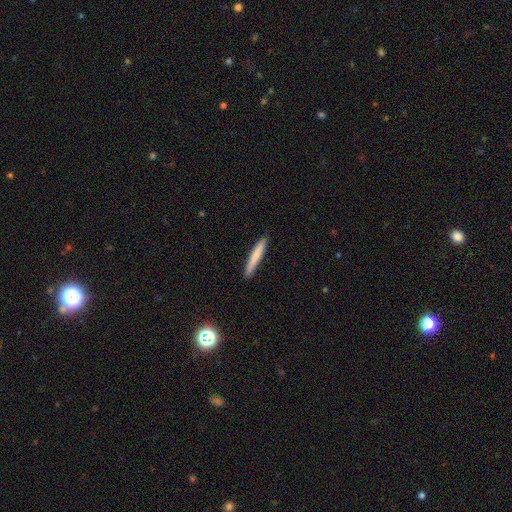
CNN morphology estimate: A smooth galaxy with no disk features (74%) that is cigar-shaped (96%).

Vote fractions:
- Smooth or featured? smooth: 74% / featured or disk: 20% / star or artifact: 6%
- How rounded? cigar-shaped: 96% / in between: 3% / round: 1%
- Merging? none: 91% / minor disturbance: 7% / major disturbance: 1% / merger: 1%